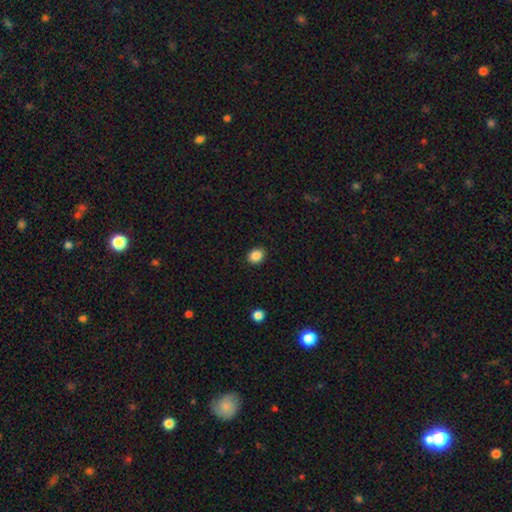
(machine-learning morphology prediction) Smooth or featured? Predicted: smooth (p=0.87). How rounded? Predicted: round (p=0.56). Merging? Predicted: none (p=0.90).